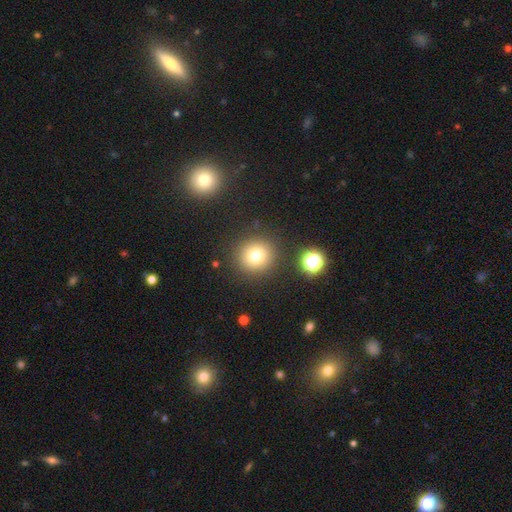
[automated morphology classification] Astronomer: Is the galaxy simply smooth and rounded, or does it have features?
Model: smooth — 77%.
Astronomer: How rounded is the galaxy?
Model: round — 91%.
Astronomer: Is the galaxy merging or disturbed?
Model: none — 87%.